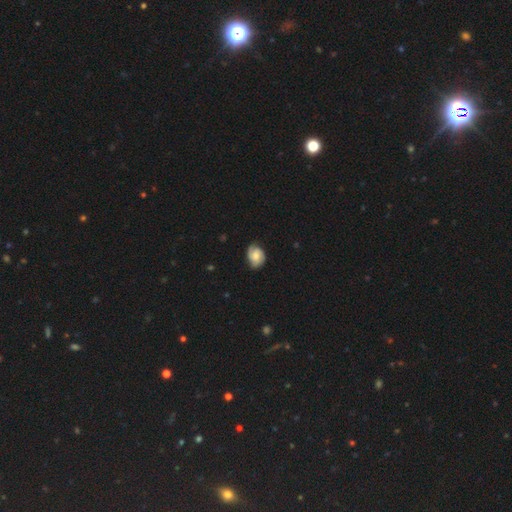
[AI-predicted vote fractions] The model was most divided on "smooth or featured": featured or disk: 56%, smooth: 37%, star or artifact: 7%. More confident: edge-on disk — no (97%); spiral arms — yes (91%); merging — none (73%); bar — no (60%); bulge size — moderate (55%).